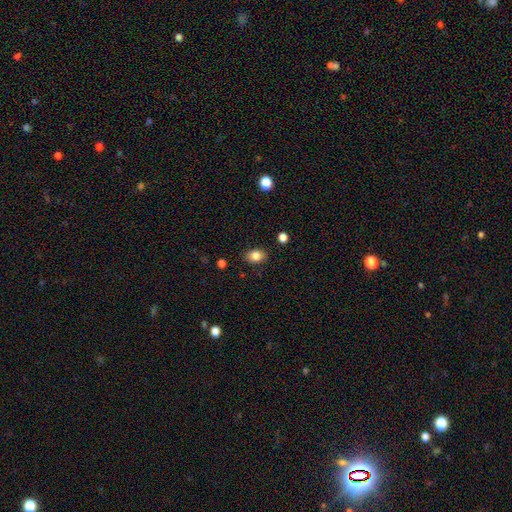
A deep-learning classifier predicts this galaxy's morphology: smooth-or-featured: smooth: 83% | star or artifact: 9% | featured or disk: 7%
  how-rounded: in between: 75% | round: 24% | cigar-shaped: 1%
  merging: none: 86% | minor disturbance: 10% | major disturbance: 2% | merger: 1%